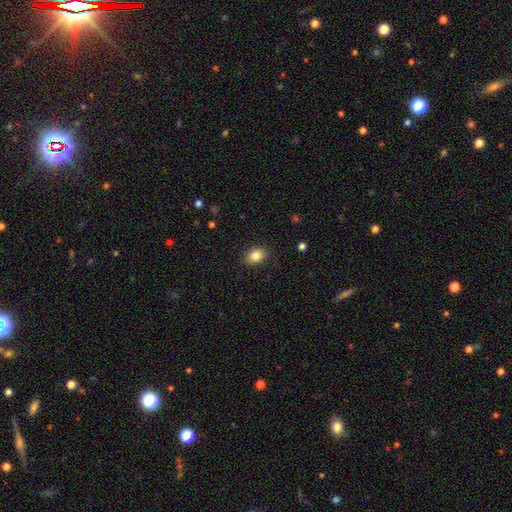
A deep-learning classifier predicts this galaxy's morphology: Smooth or featured: smooth — 85% (star or artifact — 9%)
How rounded: in between — 65% (round — 34%)
Merging: none — 88% (minor disturbance — 9%)